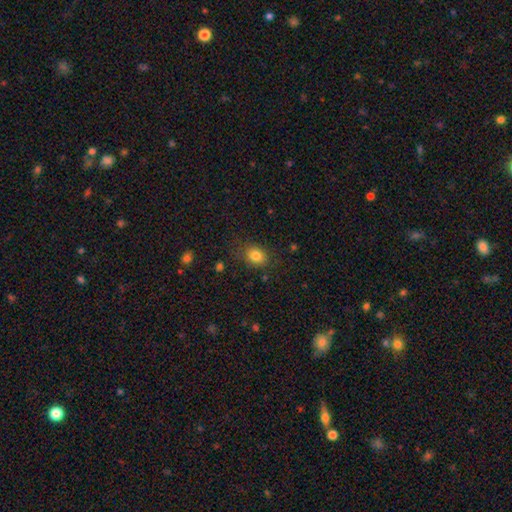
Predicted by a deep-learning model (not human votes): smooth-or-featured: smooth: 82% | star or artifact: 11% | featured or disk: 6%
  how-rounded: in between: 51% | round: 48% | cigar-shaped: 1%
  merging: none: 80% | minor disturbance: 13% | major disturbance: 4% | merger: 2%